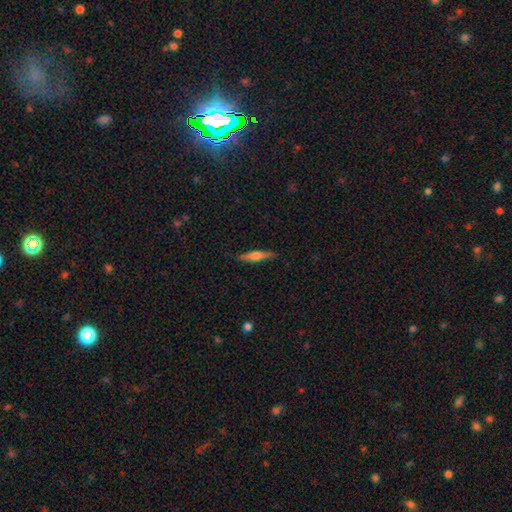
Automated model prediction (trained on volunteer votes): smooth-or-featured: featured or disk: 52% | smooth: 42% | star or artifact: 6%
  disk-edge-on: yes: 96% | no: 4%
  merging: none: 88% | minor disturbance: 9% | major disturbance: 2% | merger: 1%